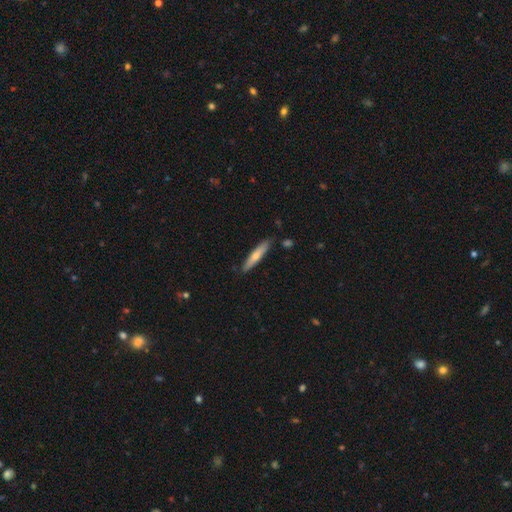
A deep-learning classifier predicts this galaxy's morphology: Smooth or featured? Predicted: smooth (p=0.60). How rounded? Predicted: cigar-shaped (p=0.88). Merging? Predicted: none (p=0.85).